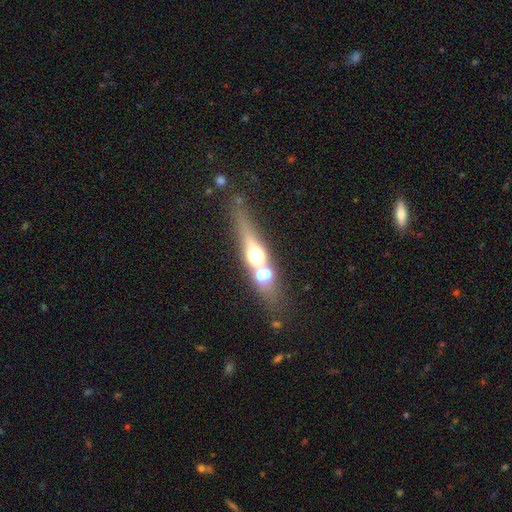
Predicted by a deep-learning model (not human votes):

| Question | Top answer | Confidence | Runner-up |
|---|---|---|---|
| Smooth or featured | featured or disk | 54% | smooth (32%) |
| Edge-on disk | yes | 85% | no (15%) |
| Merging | none | 64% | merger (20%) |